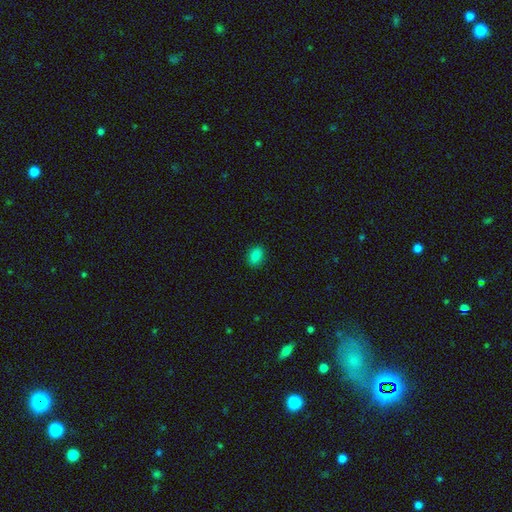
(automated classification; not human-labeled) This is clearly a smooth galaxy (85%). How rounded: likely in between (79%). Merging: clearly none (89%).